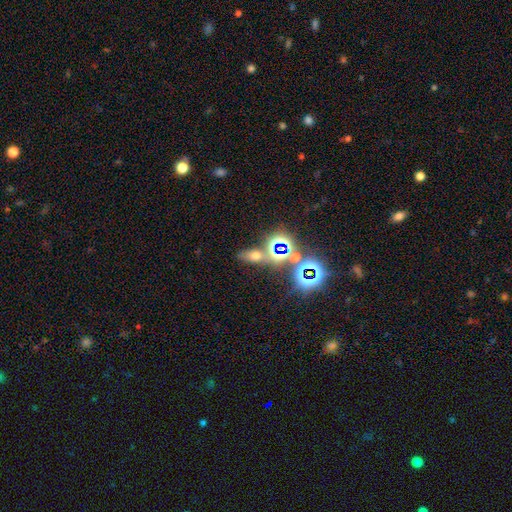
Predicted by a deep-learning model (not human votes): A smooth galaxy with no disk features (43%).

Vote fractions:
- Smooth or featured? smooth: 43% / star or artifact: 41% / featured or disk: 15%
- Merging? none: 65% / merger: 17% / minor disturbance: 12% / major disturbance: 6%